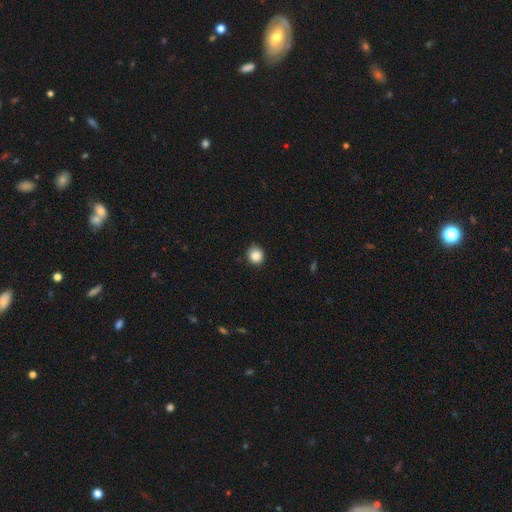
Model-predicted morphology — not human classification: smooth-or-featured: smooth: 87% | star or artifact: 10% | featured or disk: 3%
  how-rounded: round: 91% | in between: 8% | cigar-shaped: 1%
  merging: none: 88% | minor disturbance: 9% | major disturbance: 2% | merger: 1%